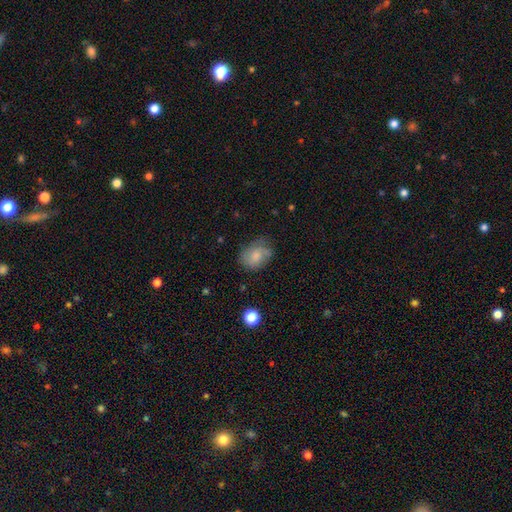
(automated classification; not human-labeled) smooth_or_featured: smooth (p=0.75) [alt: featured or disk p=0.16]
how_rounded: in between (p=0.72) [alt: round p=0.27]
merging: none (p=0.58) [alt: minor disturbance p=0.30]